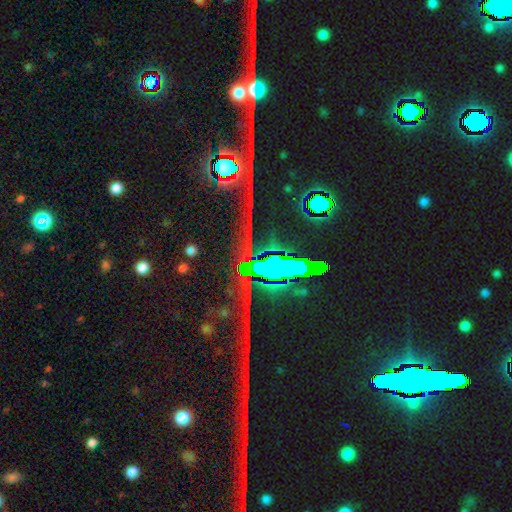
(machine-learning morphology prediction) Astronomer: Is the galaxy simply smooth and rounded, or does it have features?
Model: star or artifact — 75%.